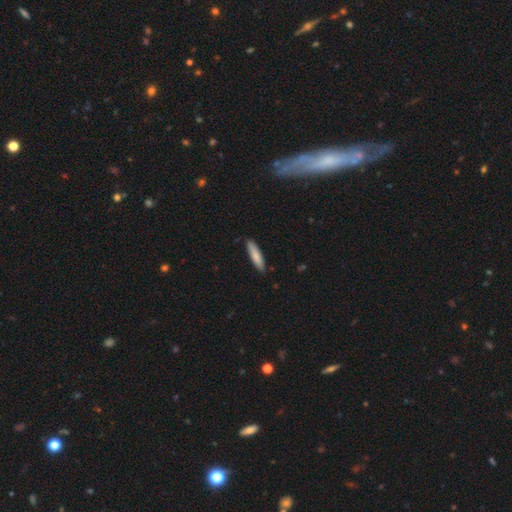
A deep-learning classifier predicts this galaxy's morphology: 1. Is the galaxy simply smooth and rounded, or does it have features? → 82% smooth, 12% featured or disk, 5% star or artifact.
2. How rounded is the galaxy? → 81% cigar-shaped, 18% in between, 1% round.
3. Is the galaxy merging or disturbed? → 87% none, 10% minor disturbance, 2% major disturbance, 1% merger.